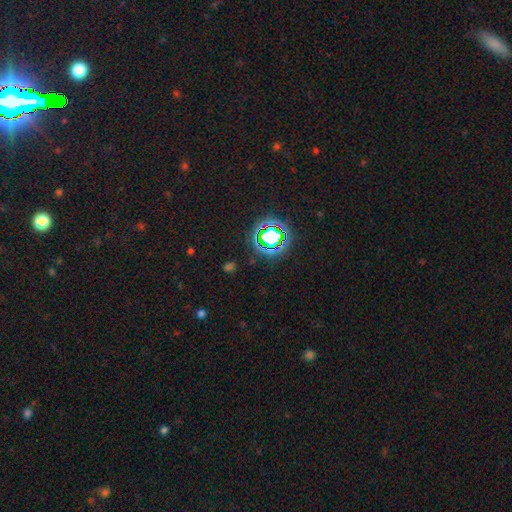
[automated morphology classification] The model was most divided on "smooth or featured": star or artifact: 78%, smooth: 16%, featured or disk: 7%.